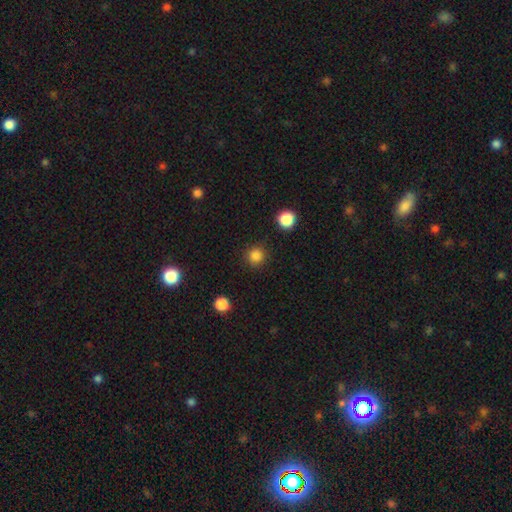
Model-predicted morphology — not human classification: type=smooth (84%); roundness=round (95%); merging=none (90%).